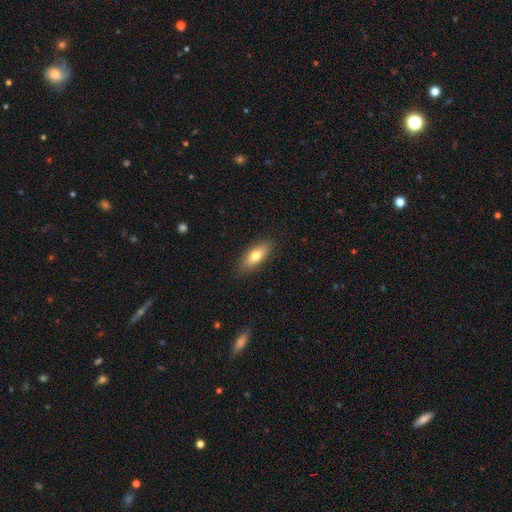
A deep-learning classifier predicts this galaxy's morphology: type=smooth (73%); roundness=in between (72%); merging=none (87%).